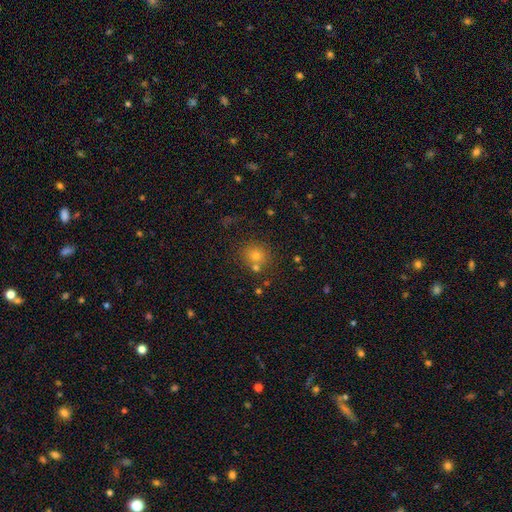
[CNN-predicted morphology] smooth_or_featured: smooth (p=0.69) [alt: star or artifact p=0.21]
how_rounded: round (p=0.87) [alt: in between p=0.12]
merging: none (p=0.74) [alt: merger p=0.15]